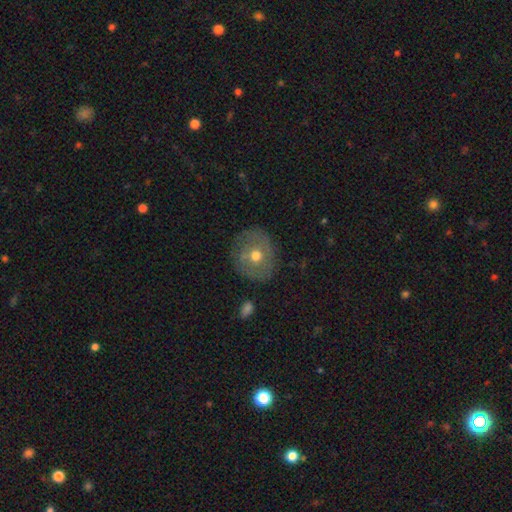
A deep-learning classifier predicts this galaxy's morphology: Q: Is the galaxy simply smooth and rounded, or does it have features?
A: smooth — 51%.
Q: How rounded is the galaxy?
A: round — 78%.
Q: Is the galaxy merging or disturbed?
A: none — 78%.